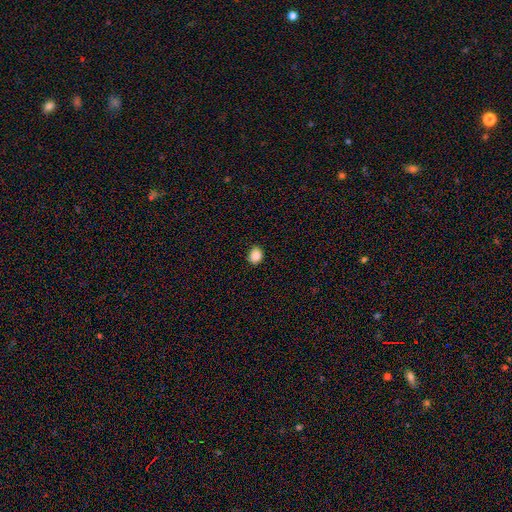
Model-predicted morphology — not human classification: Overall: smooth (87%). How rounded: round (62%; in between 37%). Merging: none (89%).